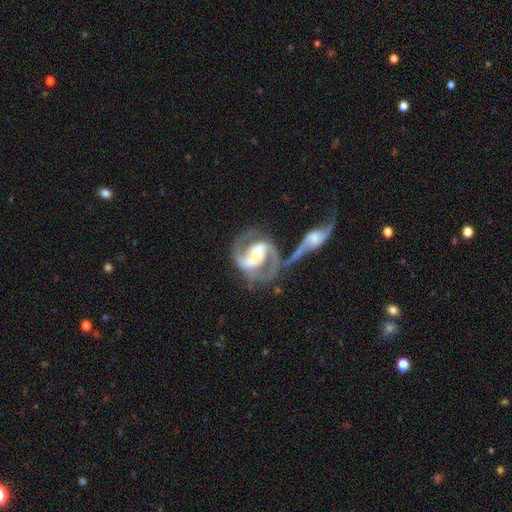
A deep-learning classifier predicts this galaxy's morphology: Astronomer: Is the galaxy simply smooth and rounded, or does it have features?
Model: featured or disk — 89%.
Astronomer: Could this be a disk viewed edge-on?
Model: no — 97%.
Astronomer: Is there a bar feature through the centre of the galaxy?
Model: strong — 47% (runner-up: weak, 31%).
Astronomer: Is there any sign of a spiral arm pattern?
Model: yes — 96%.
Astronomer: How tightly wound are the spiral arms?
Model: medium — 55%.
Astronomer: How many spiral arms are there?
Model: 2 — 91%.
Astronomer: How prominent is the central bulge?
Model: moderate — 57% (runner-up: small, 32%).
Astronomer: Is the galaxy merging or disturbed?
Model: none — 44% (runner-up: merger, 29%).